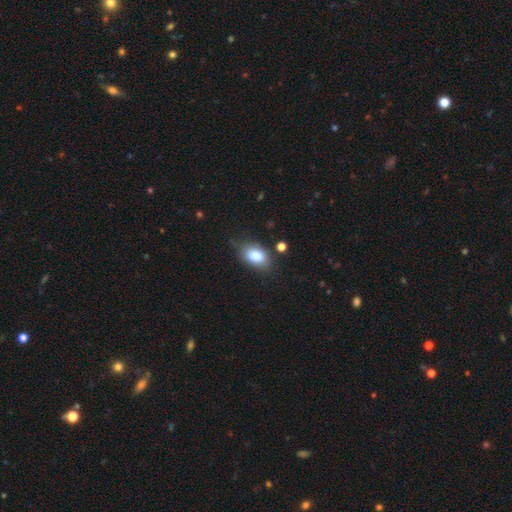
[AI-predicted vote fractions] The model was most divided on "merging": none: 71%, minor disturbance: 21%, major disturbance: 5%, merger: 4%. More confident: how rounded — in between (85%); smooth or featured — smooth (81%).